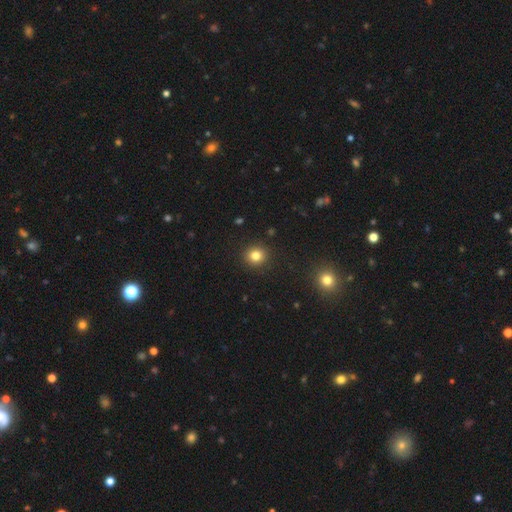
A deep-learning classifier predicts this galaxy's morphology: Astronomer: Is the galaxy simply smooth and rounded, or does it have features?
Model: smooth — 81%.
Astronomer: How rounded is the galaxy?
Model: round — 89%.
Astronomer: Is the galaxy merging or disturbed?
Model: none — 91%.